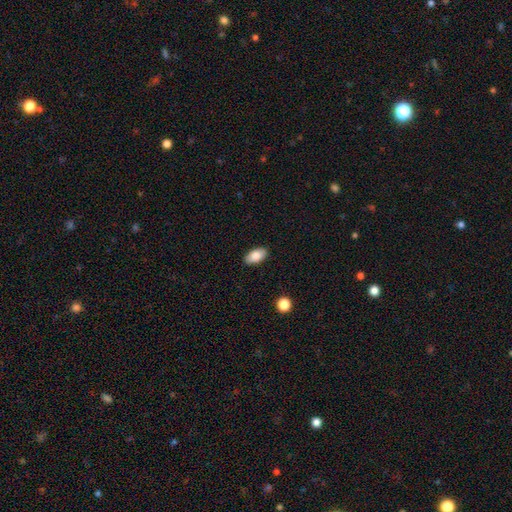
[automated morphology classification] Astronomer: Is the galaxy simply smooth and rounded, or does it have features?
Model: smooth — 84%.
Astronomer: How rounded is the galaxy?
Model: in between — 93%.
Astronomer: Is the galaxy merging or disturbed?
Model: none — 88%.